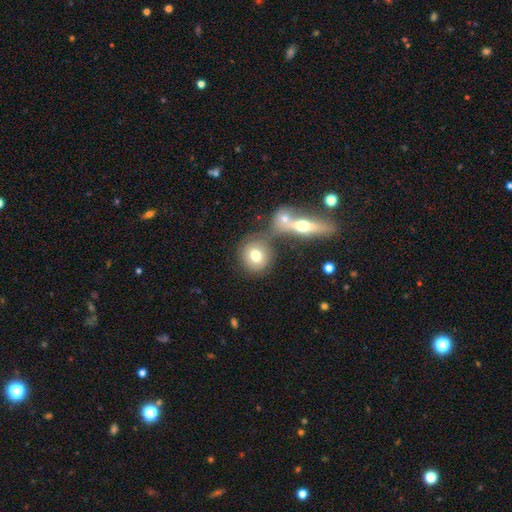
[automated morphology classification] Smooth or featured? Predicted: smooth (p=0.71). How rounded? Predicted: round (p=0.79). Merging? Predicted: none (p=0.57).